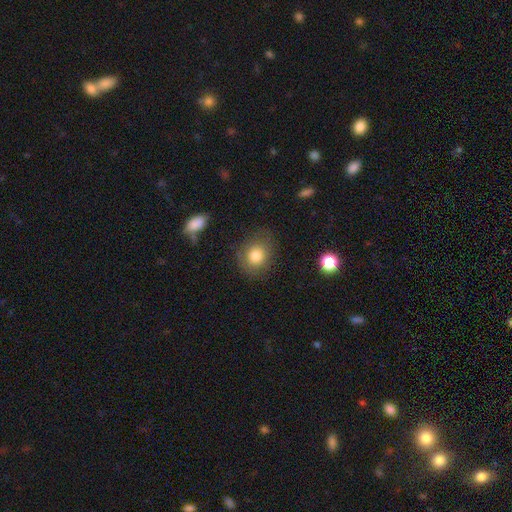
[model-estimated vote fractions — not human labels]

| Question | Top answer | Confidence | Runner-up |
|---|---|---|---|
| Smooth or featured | smooth | 79% | featured or disk (12%) |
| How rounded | round | 71% | in between (28%) |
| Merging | none | 74% | minor disturbance (17%) |